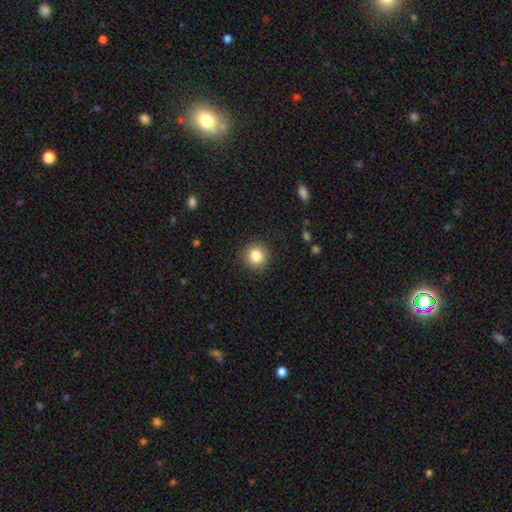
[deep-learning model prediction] Smooth or featured? Predicted: smooth (p=0.84). How rounded? Predicted: round (p=0.92). Merging? Predicted: none (p=0.90).